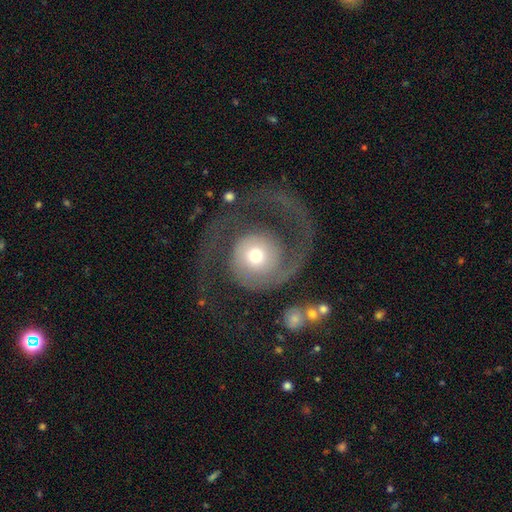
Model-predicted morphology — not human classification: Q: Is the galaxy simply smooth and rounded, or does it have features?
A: featured or disk — 73%.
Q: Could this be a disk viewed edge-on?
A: no — 98%.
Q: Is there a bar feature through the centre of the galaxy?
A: no — 81%.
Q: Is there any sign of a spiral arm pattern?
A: yes — 86%.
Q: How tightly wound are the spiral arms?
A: medium — 37%.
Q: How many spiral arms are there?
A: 1 — 47%.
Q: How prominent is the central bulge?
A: moderate — 51%.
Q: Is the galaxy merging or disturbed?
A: major disturbance — 43%.